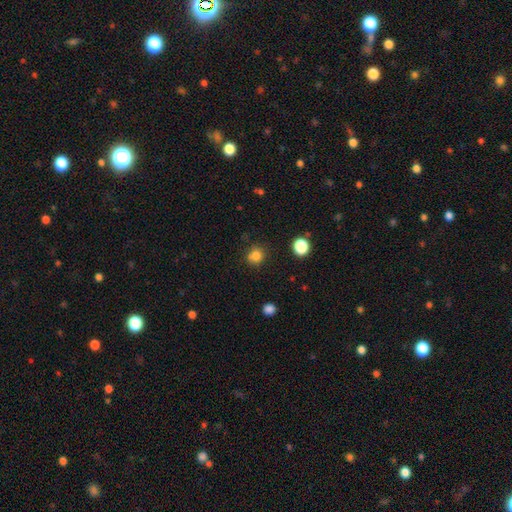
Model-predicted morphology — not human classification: A smooth galaxy with no disk features (81%) that is round (85%).

Vote fractions:
- Smooth or featured? smooth: 81% / star or artifact: 13% / featured or disk: 6%
- How rounded? round: 85% / in between: 14% / cigar-shaped: 1%
- Merging? none: 76% / minor disturbance: 14% / merger: 7% / major disturbance: 4%